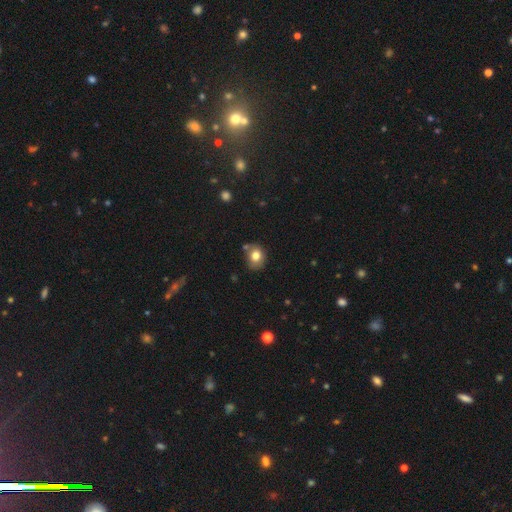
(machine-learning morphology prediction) A smooth galaxy with no disk features (79%) that is round (53%). Merging: none (70%).